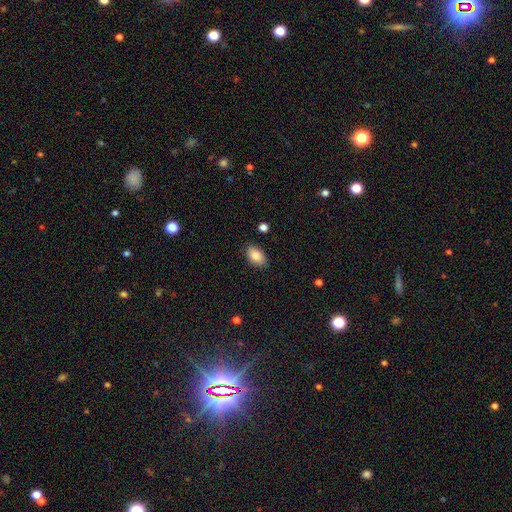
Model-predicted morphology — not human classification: Smooth or featured? Predicted: smooth (p=0.87). How rounded? Predicted: in between (p=0.92). Merging? Predicted: none (p=0.85).